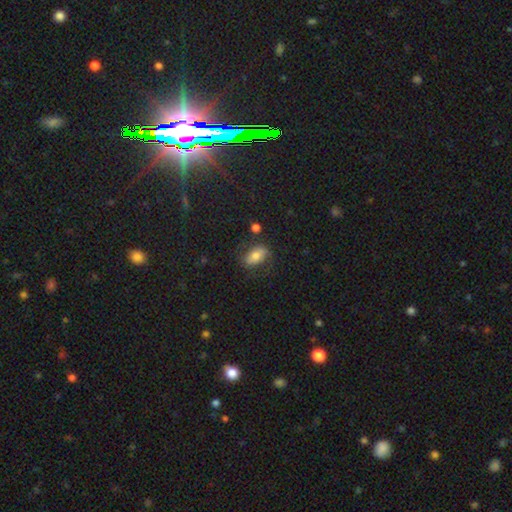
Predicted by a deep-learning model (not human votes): Smooth or featured? smooth (68%)
How rounded? in between (88%)
Merging? none (67%)